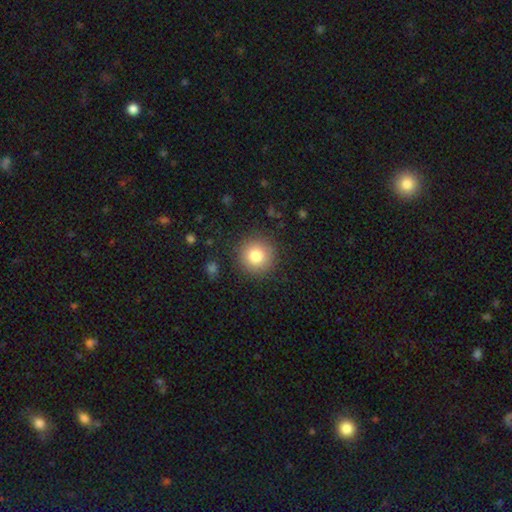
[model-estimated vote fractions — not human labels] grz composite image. It shows a smooth galaxy with no disk features (81%) that is round (95%). Merging: none (89%).